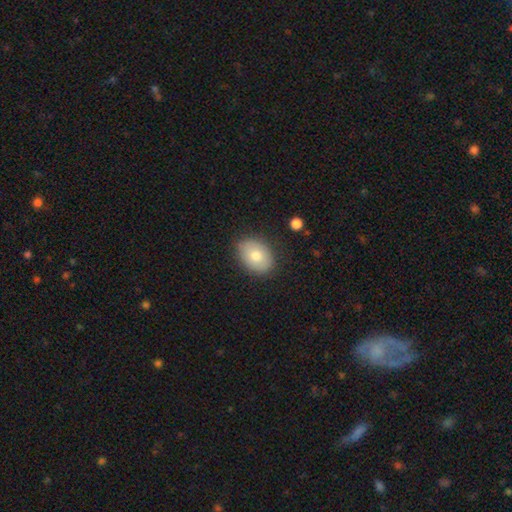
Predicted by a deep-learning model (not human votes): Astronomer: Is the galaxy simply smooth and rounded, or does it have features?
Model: smooth — 74%.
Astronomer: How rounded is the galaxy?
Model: in between — 72%.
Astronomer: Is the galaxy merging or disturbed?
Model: none — 85%.